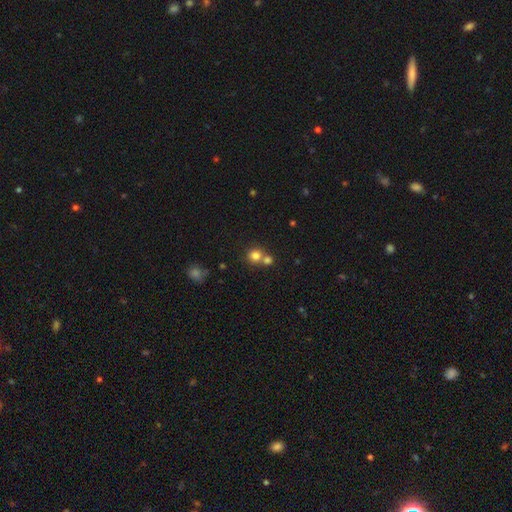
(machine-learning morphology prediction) Smooth or featured? smooth (79%)
How rounded? round (90%)
Merging? none (55%)